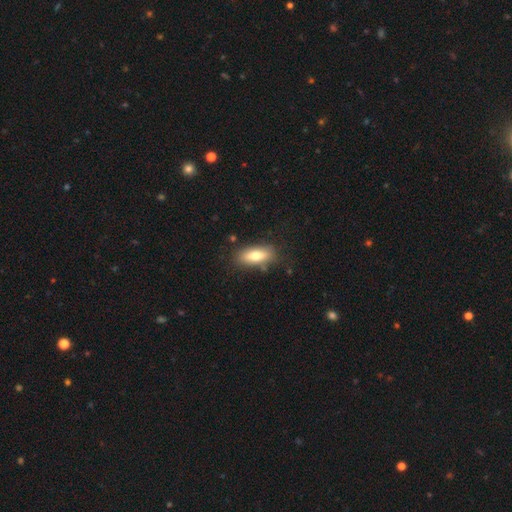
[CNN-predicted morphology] smooth 74%, featured or disk 19%, star or artifact 7%. Down the decision tree: how rounded — in between (76%); merging — none (80%).